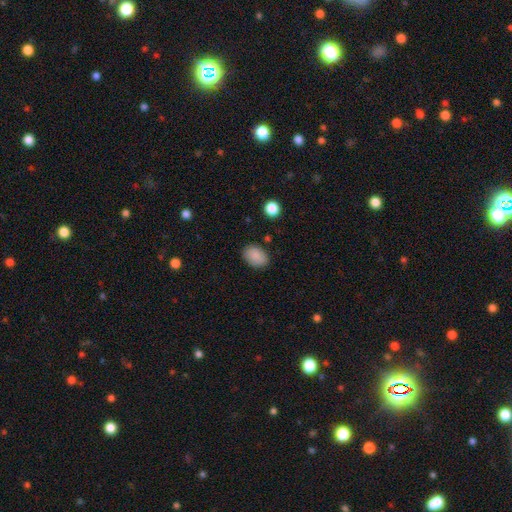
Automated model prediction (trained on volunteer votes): Smooth or featured: smooth — 87% (star or artifact — 8%)
How rounded: in between — 77% (round — 22%)
Merging: none — 84% (minor disturbance — 12%)